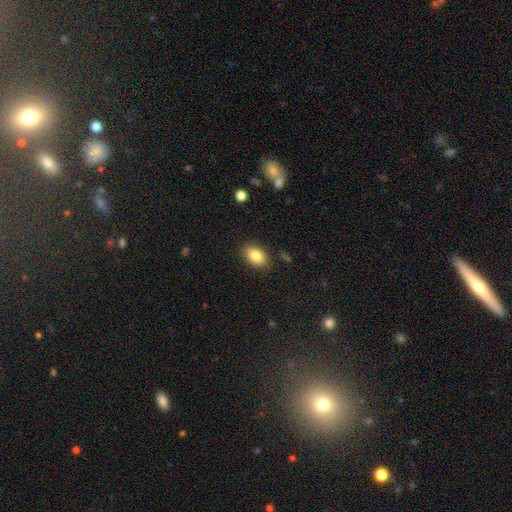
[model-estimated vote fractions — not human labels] Morphology: type=smooth (84%); roundness=in between (85%); merging=none (86%).